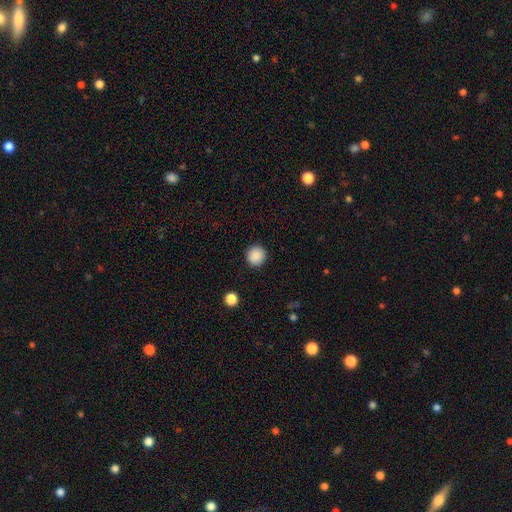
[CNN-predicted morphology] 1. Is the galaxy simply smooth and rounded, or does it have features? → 88% smooth, 9% star or artifact, 2% featured or disk.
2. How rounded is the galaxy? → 94% round, 5% in between, 1% cigar-shaped.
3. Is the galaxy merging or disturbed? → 92% none, 5% minor disturbance, 2% major disturbance, 1% merger.